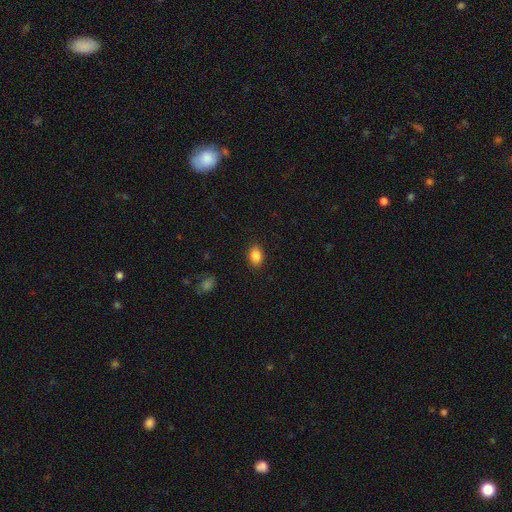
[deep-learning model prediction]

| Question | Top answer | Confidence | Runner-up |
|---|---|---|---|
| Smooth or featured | smooth | 86% | star or artifact (9%) |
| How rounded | in between | 76% | round (23%) |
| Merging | none | 88% | minor disturbance (8%) |